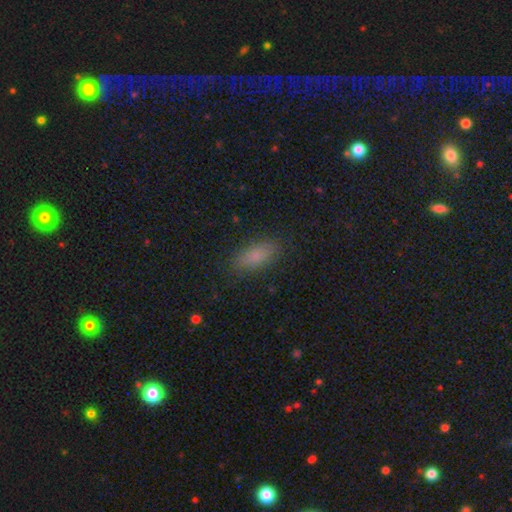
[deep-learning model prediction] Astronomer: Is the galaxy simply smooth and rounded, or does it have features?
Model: smooth — 81%.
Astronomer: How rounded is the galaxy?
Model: in between — 78%.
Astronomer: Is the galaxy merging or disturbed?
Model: none — 86%.